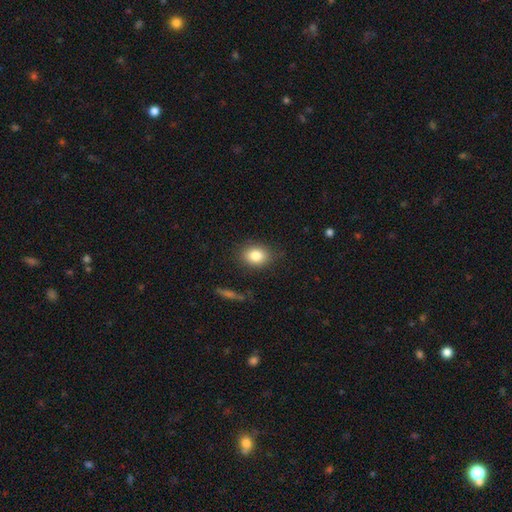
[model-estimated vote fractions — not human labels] Smooth or featured? Predicted: smooth (p=0.83). How rounded? Predicted: in between (p=0.61). Merging? Predicted: none (p=0.83).